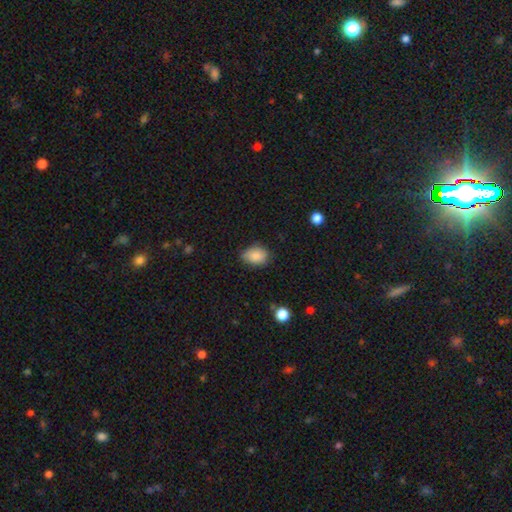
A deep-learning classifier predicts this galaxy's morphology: A smooth galaxy with no disk features (86%) that is in between round and cigar-shaped (66%). Merging: none (68%).